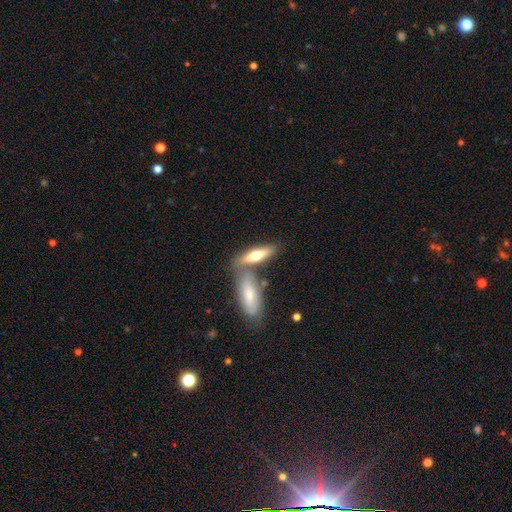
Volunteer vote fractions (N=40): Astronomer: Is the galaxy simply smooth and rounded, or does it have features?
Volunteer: smooth — 55% (runner-up: featured or disk, 40%).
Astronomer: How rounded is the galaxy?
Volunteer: cigar-shaped — 73%.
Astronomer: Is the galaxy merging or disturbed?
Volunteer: none — 58%.